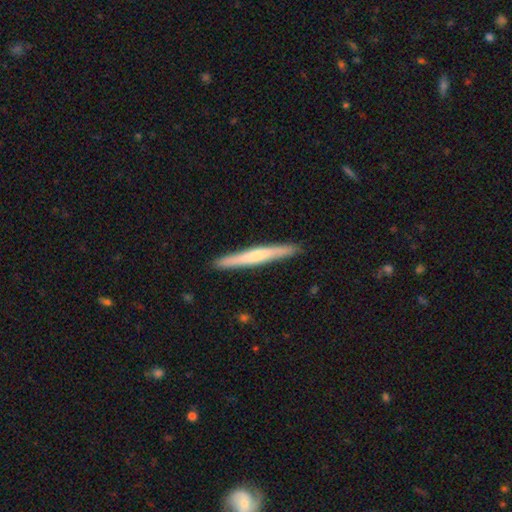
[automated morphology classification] smooth 53%, featured or disk 42%, star or artifact 5%. Down the decision tree: how rounded — cigar-shaped (97%); merging — none (91%).